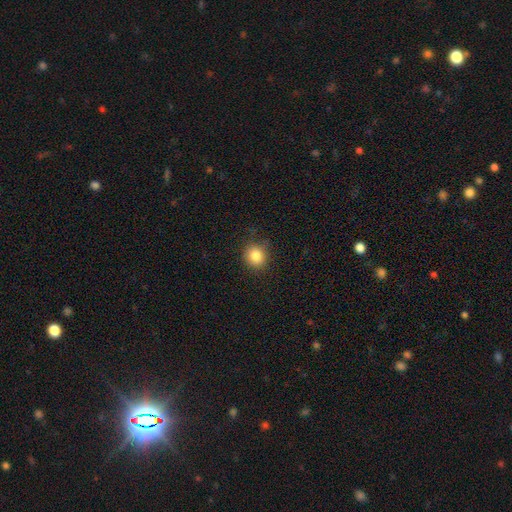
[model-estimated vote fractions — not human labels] Smooth or featured? Predicted: smooth (p=0.83). How rounded? Predicted: round (p=0.82). Merging? Predicted: none (p=0.85).